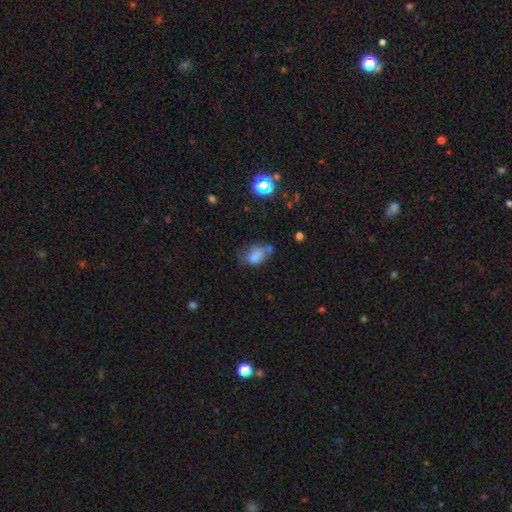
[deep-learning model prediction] A smooth galaxy with no disk features (72%) that is in between round and cigar-shaped (80%). Merging: none (33%).